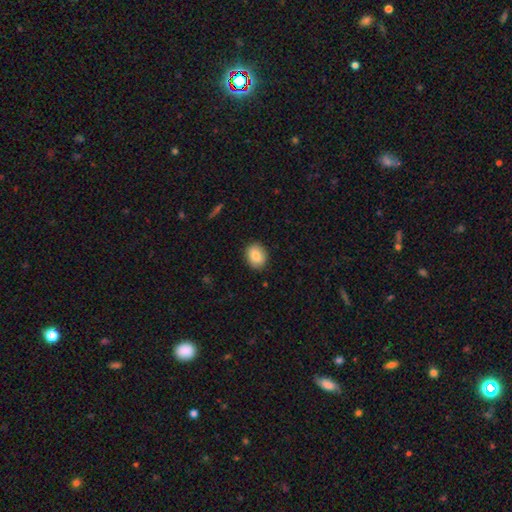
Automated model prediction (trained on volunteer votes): Smooth or featured?
  - smooth: 84% *
  - featured or disk: 8%
  - star or artifact: 8%
How rounded?
  - in between: 51% *
  - round: 48%
  - cigar-shaped: 1%
Merging?
  - none: 88% *
  - minor disturbance: 9%
  - major disturbance: 2%
  - merger: 1%